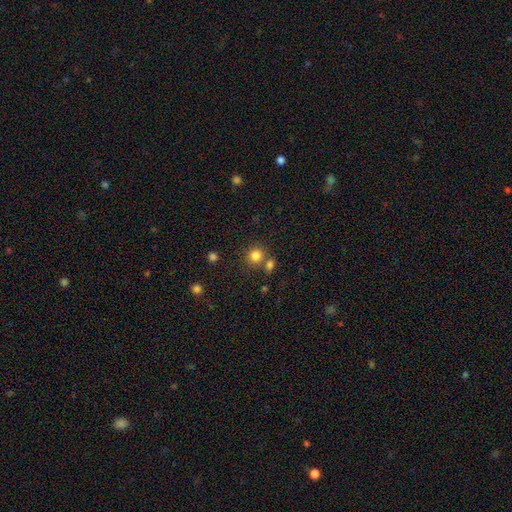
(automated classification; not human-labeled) Smooth or featured? smooth (82%)
How rounded? round (87%)
Merging? none (66%)